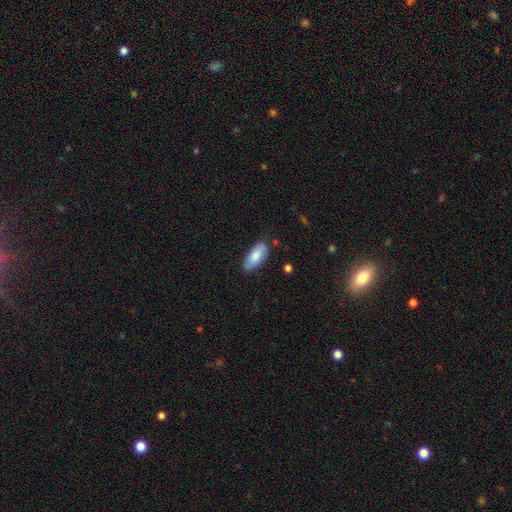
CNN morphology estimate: Smooth or featured: smooth — 81% (featured or disk — 13%)
How rounded: in between — 85% (cigar-shaped — 13%)
Merging: none — 81% (minor disturbance — 15%)